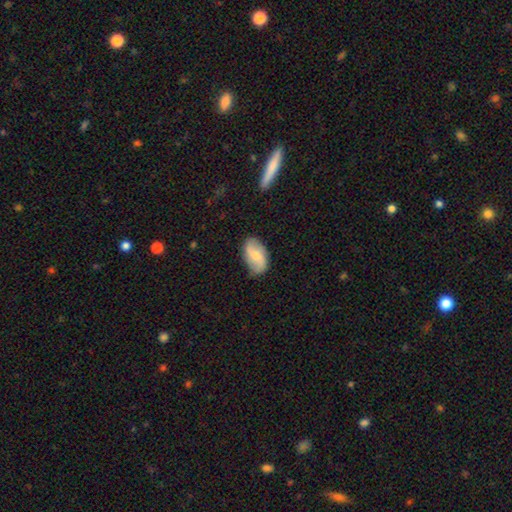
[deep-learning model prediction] Smooth or featured? Predicted: smooth (p=0.50). How rounded? Predicted: in between (p=0.93). Merging? Predicted: none (p=0.75).